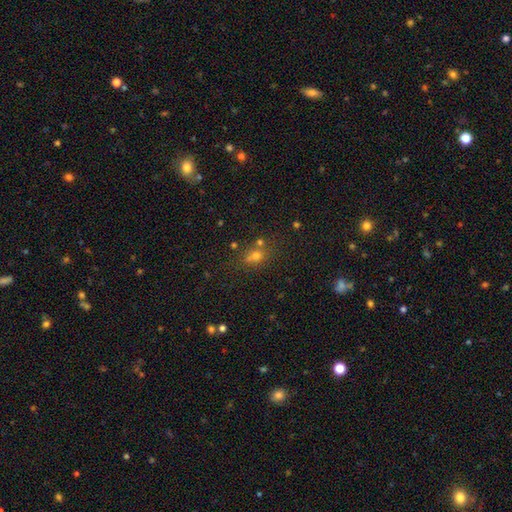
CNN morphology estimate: This appears to be a smooth galaxy with no disk features (57%) that is round (60%). Merging: none (58%).